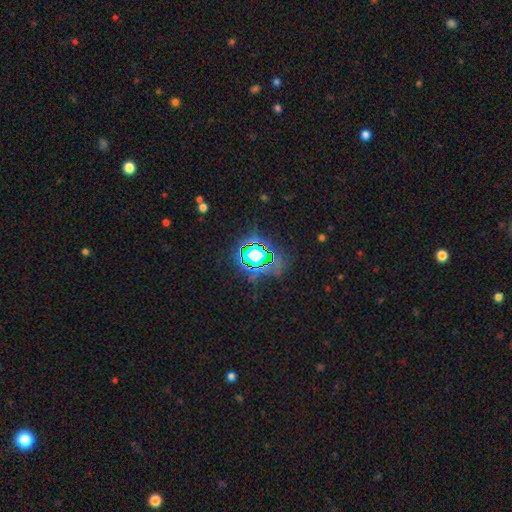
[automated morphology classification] Smooth or featured?
  - star or artifact: 72% *
  - smooth: 17%
  - featured or disk: 12%